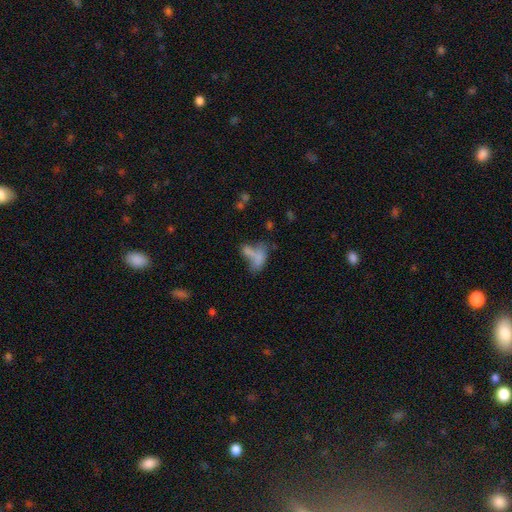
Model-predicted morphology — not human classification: This appears to be a smooth galaxy with no disk features (64%) that is in between round and cigar-shaped (83%). Merging: merger (47%).